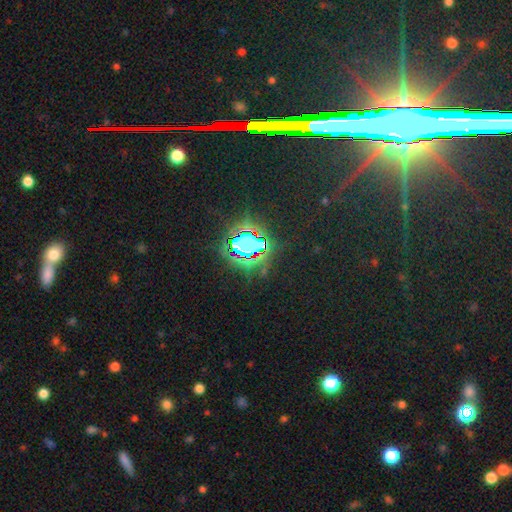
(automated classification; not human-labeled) Overall: star or artifact (82%).